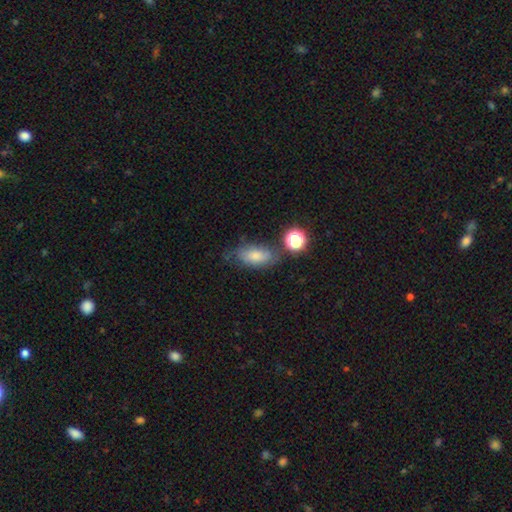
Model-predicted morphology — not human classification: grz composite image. It shows a smooth galaxy with no disk features (73%) that is in between round and cigar-shaped (86%). Merging: none (58%).